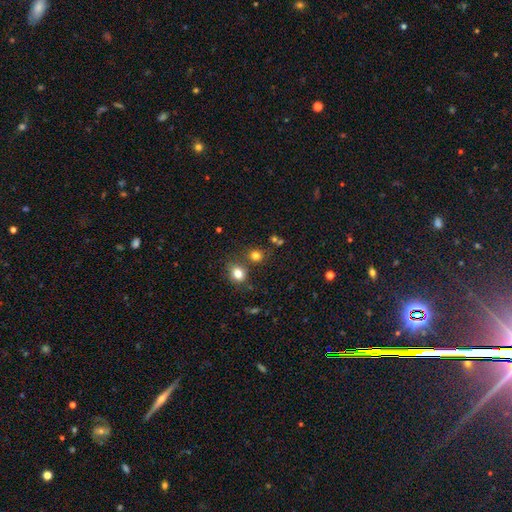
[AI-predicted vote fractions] Smooth or featured? Predicted: smooth (p=0.78). How rounded? Predicted: round (p=0.78). Merging? Predicted: none (p=0.69).